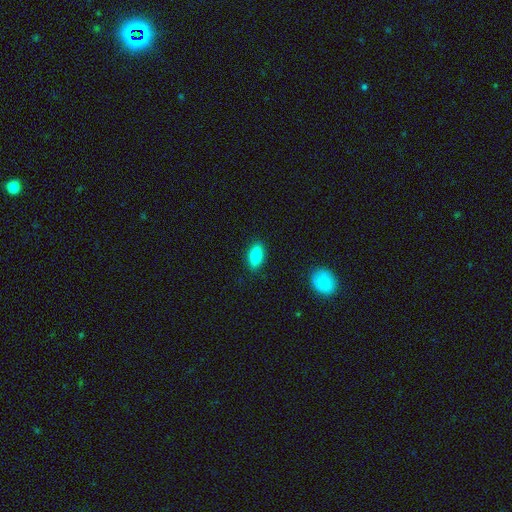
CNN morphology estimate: A smooth galaxy with no disk features (84%) that is in between round and cigar-shaped (85%). Merging: none (88%).